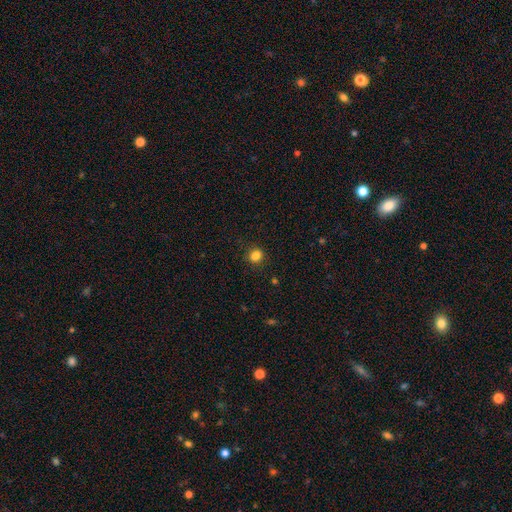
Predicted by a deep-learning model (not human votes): Smooth or featured: smooth — 84% (star or artifact — 12%)
How rounded: round — 84% (in between — 15%)
Merging: none — 90% (minor disturbance — 7%)